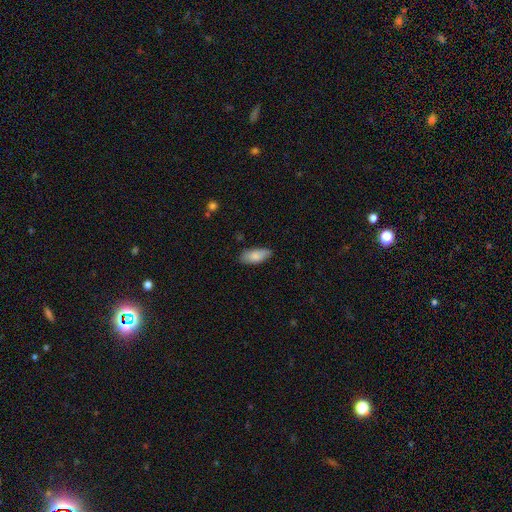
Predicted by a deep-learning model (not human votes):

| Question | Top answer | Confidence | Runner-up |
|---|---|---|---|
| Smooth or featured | smooth | 83% | featured or disk (11%) |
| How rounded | in between | 85% | cigar-shaped (13%) |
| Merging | none | 78% | minor disturbance (18%) |